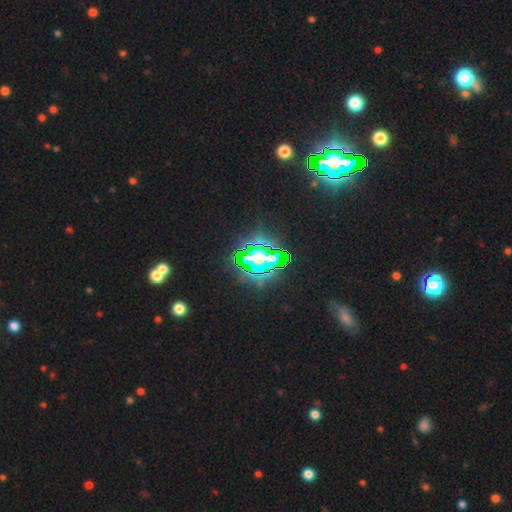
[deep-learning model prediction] This is likely a star or artifact rather than a galaxy (70%).